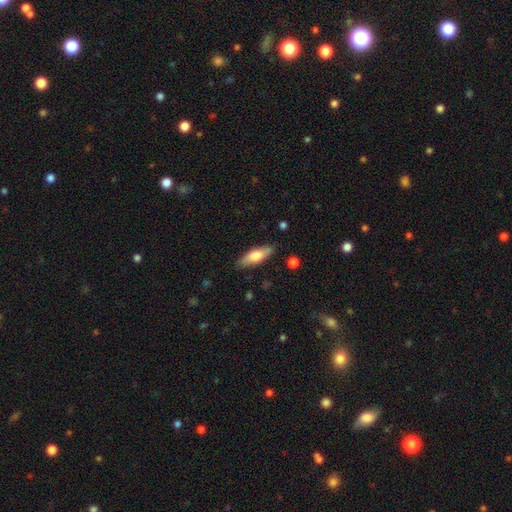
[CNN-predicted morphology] The model was most divided on "how rounded": in between: 51%, cigar-shaped: 47%, round: 2%. More confident: merging — none (86%); smooth or featured — smooth (64%).